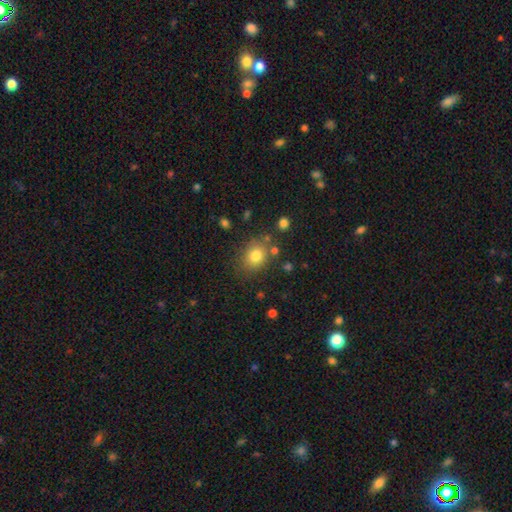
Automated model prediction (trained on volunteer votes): smooth-or-featured: smooth: 79% | star or artifact: 12% | featured or disk: 9%
  how-rounded: in between: 51% | round: 48% | cigar-shaped: 1%
  merging: none: 77% | minor disturbance: 13% | merger: 6% | major disturbance: 4%